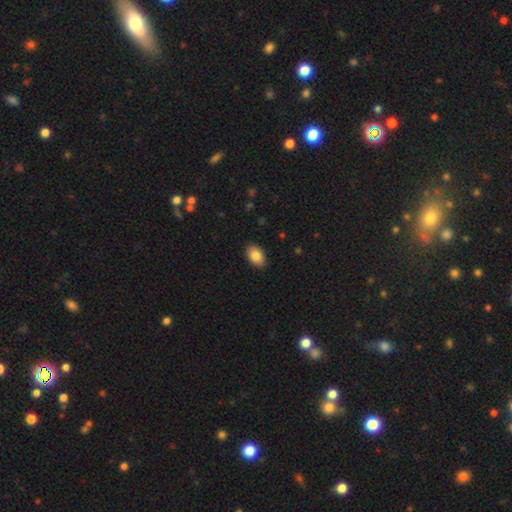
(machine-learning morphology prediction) A smooth galaxy with no disk features (86%) that is in between round and cigar-shaped (89%).

Vote fractions:
- Smooth or featured? smooth: 86% / star or artifact: 7% / featured or disk: 6%
- How rounded? in between: 89% / round: 10% / cigar-shaped: 1%
- Merging? none: 89% / minor disturbance: 8% / major disturbance: 2% / merger: 1%